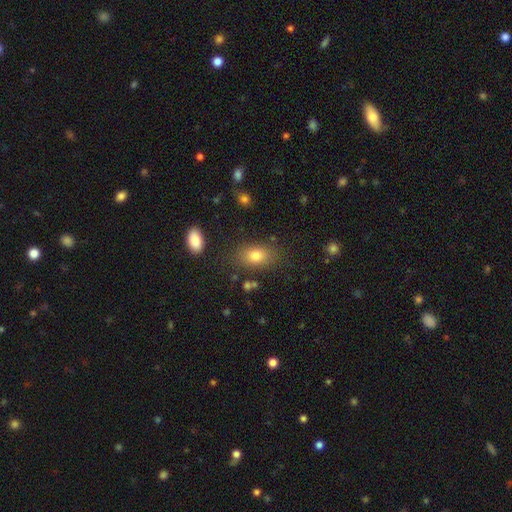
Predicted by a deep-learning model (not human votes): Smooth or featured: smooth — 80% (star or artifact — 10%)
How rounded: in between — 80% (round — 19%)
Merging: none — 80% (minor disturbance — 12%)